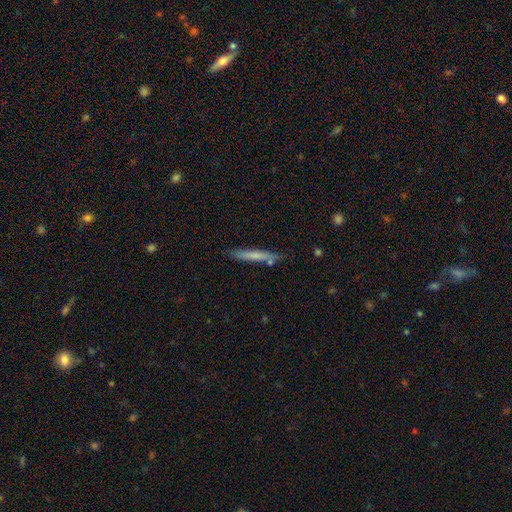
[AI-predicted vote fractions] A smooth galaxy with no disk features (67%) that is cigar-shaped (95%). Merging: none (80%).